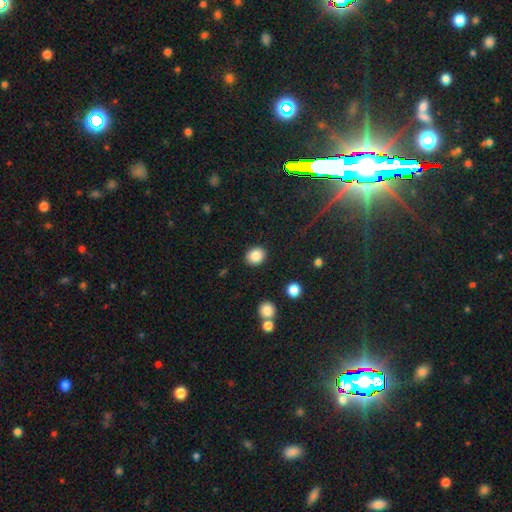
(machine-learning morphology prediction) Smooth or featured: smooth — 87% (star or artifact — 9%)
How rounded: round — 66% (in between — 33%)
Merging: none — 88% (minor disturbance — 7%)